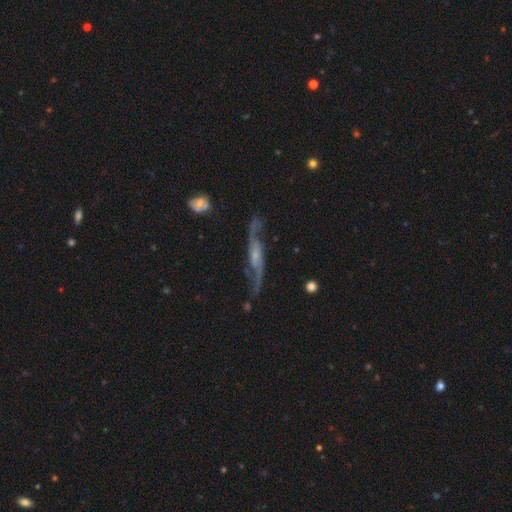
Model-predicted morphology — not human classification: A featured or disk galaxy (86%) with no bar (50%), 2 (91%) loose (64%) spiral arms (96%) and a small central bulge (63%). Merging: none (70%).